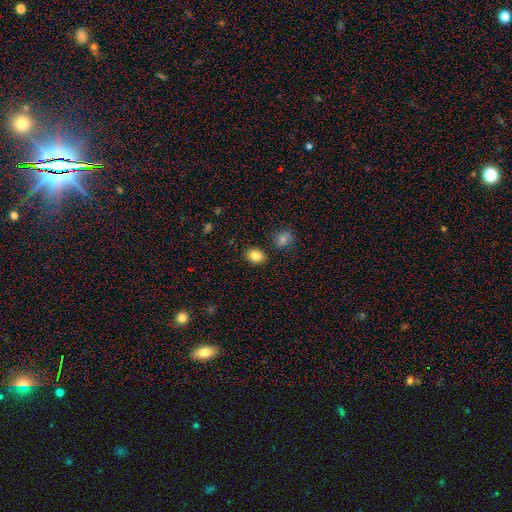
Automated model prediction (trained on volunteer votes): smooth_or_featured: smooth (p=0.84) [alt: star or artifact p=0.09]
how_rounded: in between (p=0.69) [alt: round p=0.30]
merging: none (p=0.85) [alt: minor disturbance p=0.09]